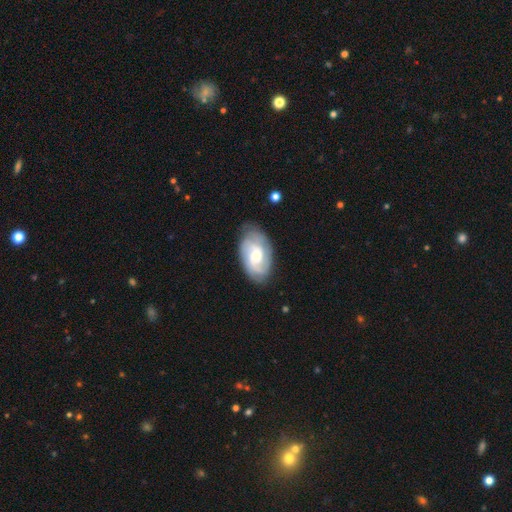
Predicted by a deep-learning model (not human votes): A featured or disk galaxy (67%) with no bar (53%), 2 (39%) tight (45%) spiral arms (90%) and a moderate central bulge (56%). Merging: none (73%).